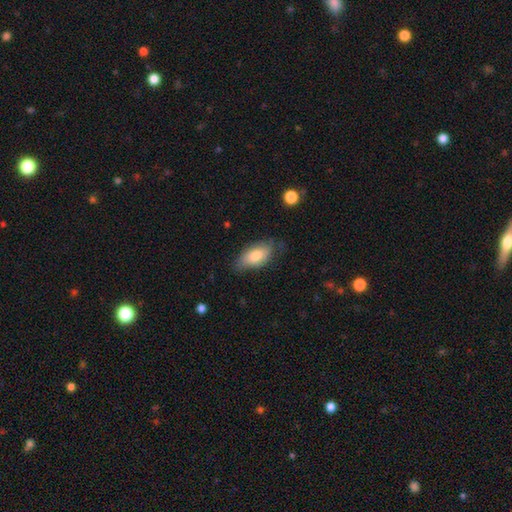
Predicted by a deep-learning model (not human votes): This is likely a smooth galaxy (77%). How rounded: clearly in between (91%). Merging: likely none (66%).